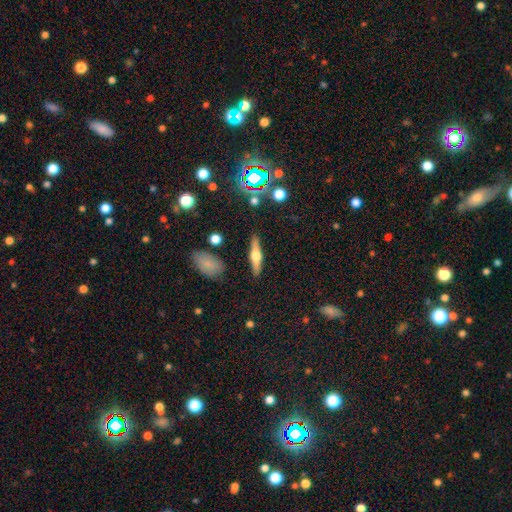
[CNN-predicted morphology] Smooth or featured? Predicted: featured or disk (p=0.58). Edge-on disk? Predicted: yes (p=0.95). Edge-on bulge? Predicted: rounded (p=0.93). Merging? Predicted: none (p=0.87).